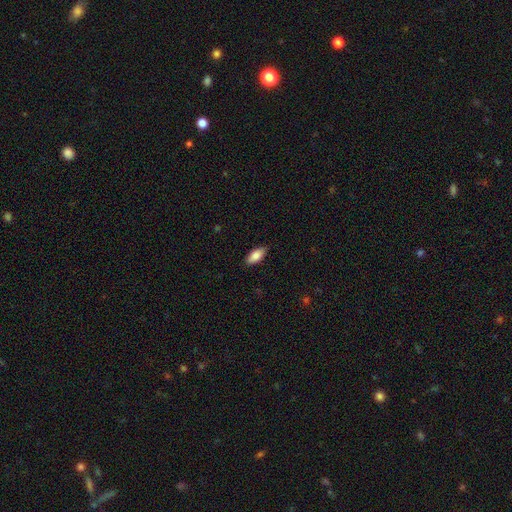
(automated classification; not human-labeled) Smooth or featured?
  - smooth: 85% *
  - featured or disk: 9%
  - star or artifact: 6%
How rounded?
  - in between: 87% *
  - cigar-shaped: 11%
  - round: 2%
Merging?
  - none: 88% *
  - minor disturbance: 10%
  - major disturbance: 2%
  - merger: 1%